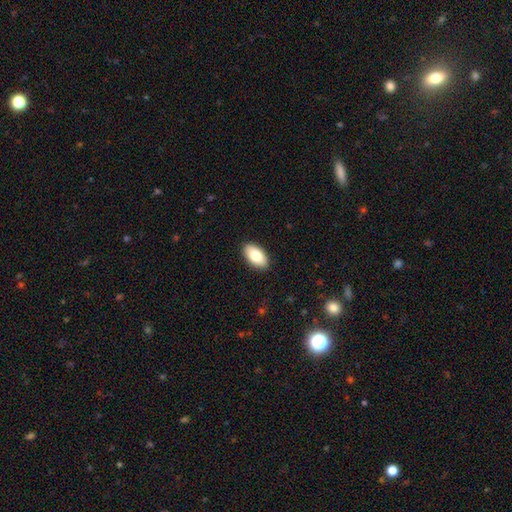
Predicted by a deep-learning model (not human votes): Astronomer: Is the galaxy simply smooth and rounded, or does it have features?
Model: smooth — 82%.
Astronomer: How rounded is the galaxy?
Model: in between — 94%.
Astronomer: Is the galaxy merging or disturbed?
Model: none — 90%.